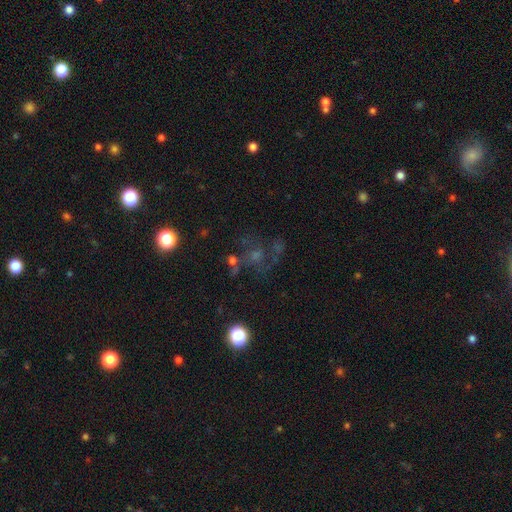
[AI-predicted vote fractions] star or artifact 48%, smooth 27%, featured or disk 25%.